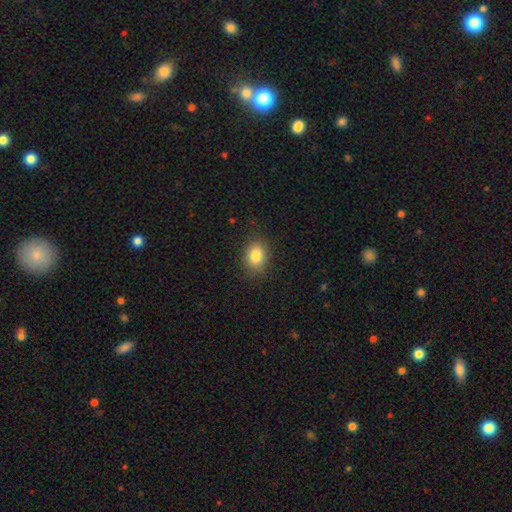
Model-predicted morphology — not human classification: Smooth or featured: smooth — 83% (star or artifact — 10%)
How rounded: in between — 61% (round — 38%)
Merging: none — 83% (minor disturbance — 12%)